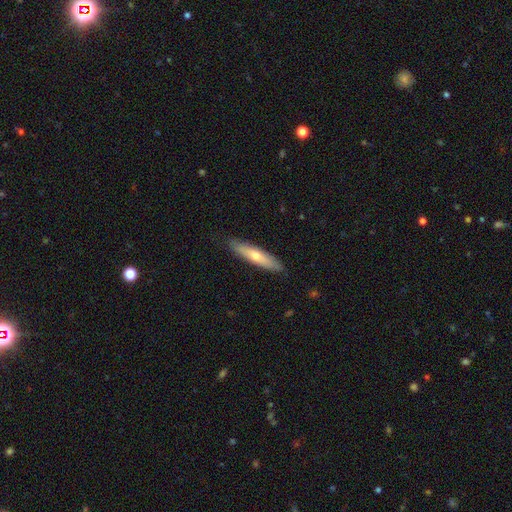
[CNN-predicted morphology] Smooth or featured?
  - smooth: 56% *
  - featured or disk: 38%
  - star or artifact: 6%
How rounded?
  - cigar-shaped: 81% *
  - in between: 17%
  - round: 2%
Merging?
  - none: 87% *
  - minor disturbance: 10%
  - major disturbance: 2%
  - merger: 1%